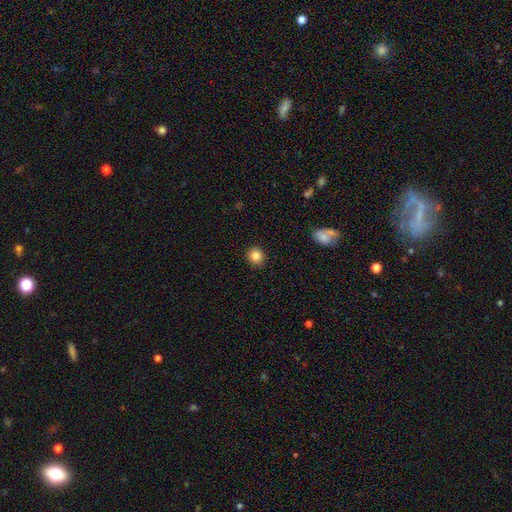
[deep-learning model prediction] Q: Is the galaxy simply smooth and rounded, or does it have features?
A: smooth — 85%.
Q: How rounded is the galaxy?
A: round — 89%.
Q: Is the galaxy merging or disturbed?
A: none — 91%.